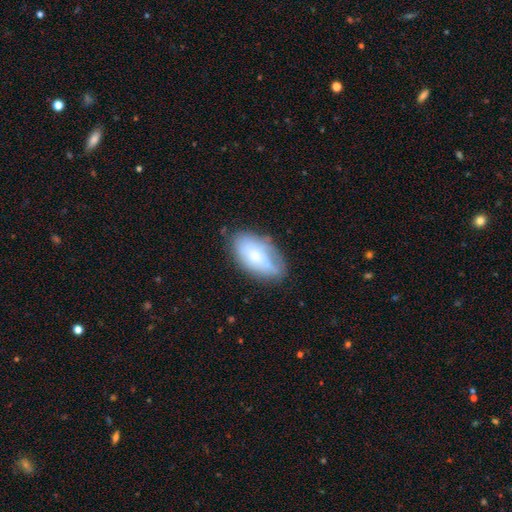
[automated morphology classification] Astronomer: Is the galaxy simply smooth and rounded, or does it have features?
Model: smooth — 62%.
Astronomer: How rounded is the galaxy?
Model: in between — 94%.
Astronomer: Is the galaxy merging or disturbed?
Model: none — 61%.